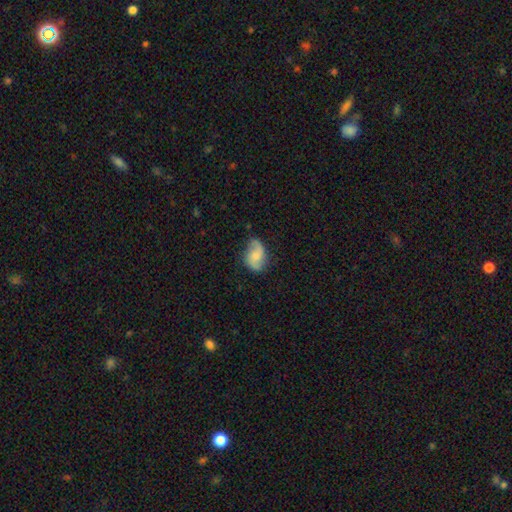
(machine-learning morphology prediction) Q: Smooth or featured?
A: featured or disk (64%); runner-up: smooth (28%)
Q: Edge-on disk?
A: no (97%); runner-up: yes (3%)
Q: Bar?
A: no (58%); runner-up: weak (35%)
Q: Spiral arms?
A: yes (93%); runner-up: no (7%)
Q: Spiral winding?
A: loose (56%); runner-up: medium (34%)
Q: Spiral arm count?
A: 2 (88%); runner-up: 1 (4%)
Q: Bulge size?
A: moderate (40%); runner-up: small (38%)
Q: Merging?
A: none (69%); runner-up: minor disturbance (23%)